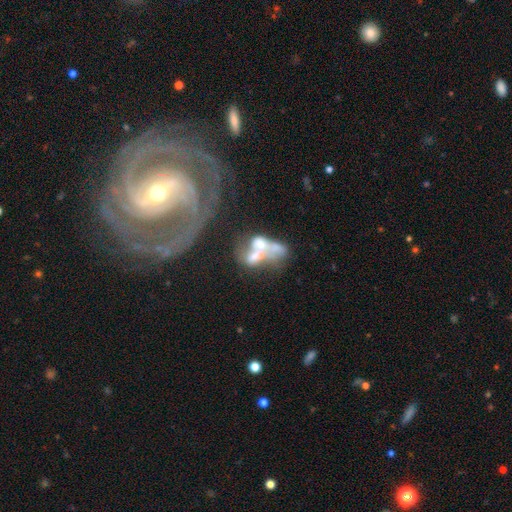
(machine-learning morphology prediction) Smooth or featured? Predicted: featured or disk (p=0.51). Edge-on disk? Predicted: no (p=0.95). Merging? Predicted: merger (p=0.67).